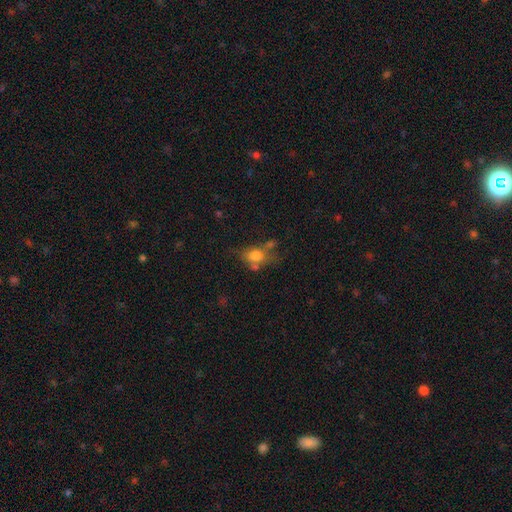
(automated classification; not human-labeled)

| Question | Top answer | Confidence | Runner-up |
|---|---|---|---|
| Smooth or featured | smooth | 69% | featured or disk (20%) |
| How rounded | in between | 64% | round (32%) |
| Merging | none | 42% | minor disturbance (22%) |